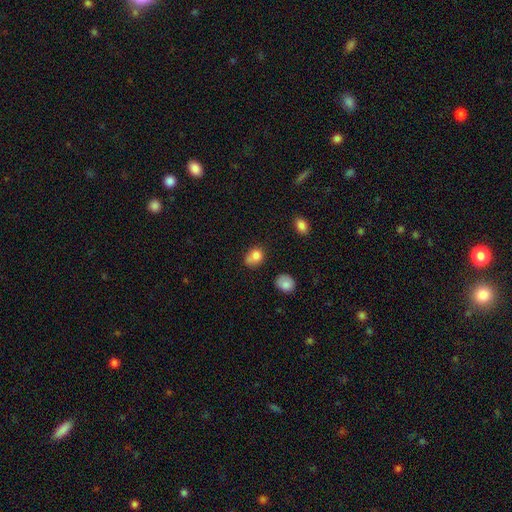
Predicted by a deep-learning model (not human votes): This appears to be a smooth galaxy with no disk features (79%) that is round (51%). Merging: none (45%).